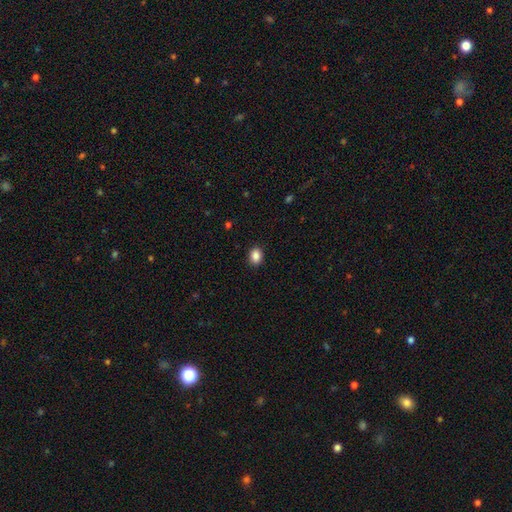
Smooth or featured? smooth (97%)
How rounded? in between (68%)
Merging? none (92%)